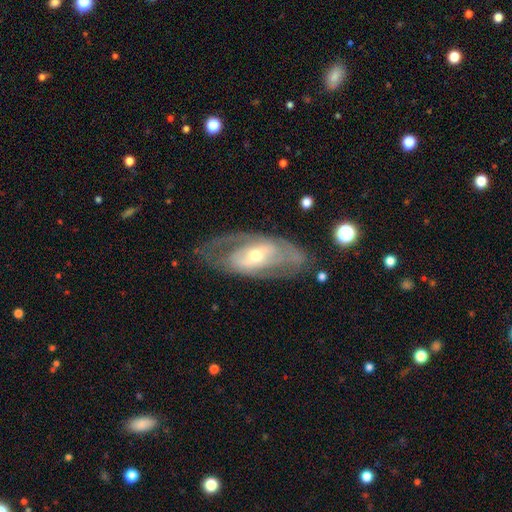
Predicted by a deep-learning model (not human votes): Smooth or featured?
  - featured or disk: 79% *
  - smooth: 16%
  - star or artifact: 5%
Edge-on disk?
  - no: 90% *
  - yes: 10%
Bar?
  - no: 37% * (tied)
  - weak: 37% * (tied)
  - strong: 26%
Spiral arms?
  - yes: 73% *
  - no: 27%
Spiral winding?
  - tight: 46% *
  - medium: 37%
  - loose: 17%
Spiral arm count?
  - 2: 58% *
  - can't tell: 30%
  - 1: 5%
  - 3: 4%
  - 4: 2%
  - more than 4: 2%
Bulge size?
  - moderate: 50% *
  - small: 45%
  - large: 3%
  - none: 1%
  - dominant: 1%
Merging?
  - none: 71% *
  - minor disturbance: 17%
  - major disturbance: 10%
  - merger: 2%